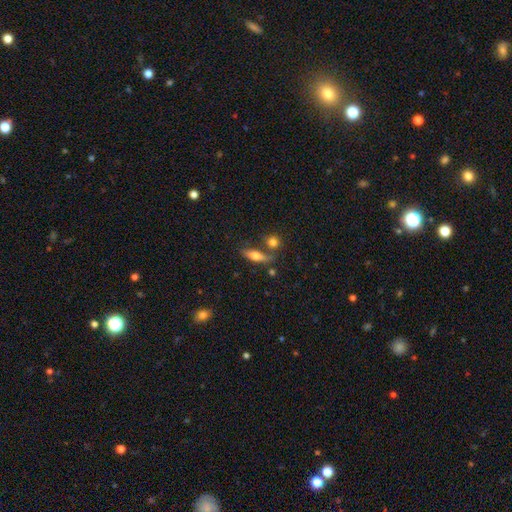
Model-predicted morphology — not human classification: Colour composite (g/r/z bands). It shows a smooth galaxy with no disk features (62%) that is in between round and cigar-shaped (58%). Merging: none (57%).